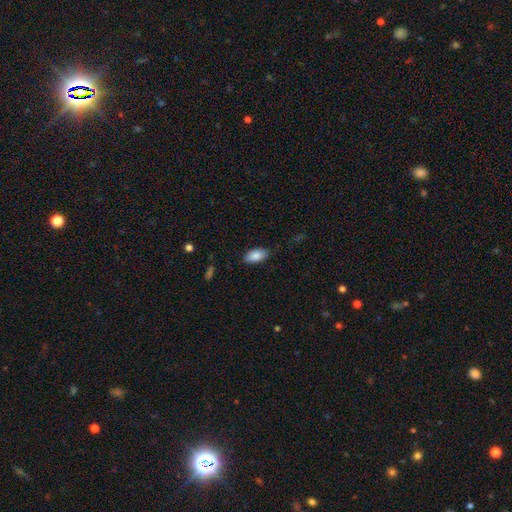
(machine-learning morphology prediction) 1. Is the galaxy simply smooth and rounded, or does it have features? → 86% smooth, 7% featured or disk, 7% star or artifact.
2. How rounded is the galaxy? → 93% in between, 5% cigar-shaped, 3% round.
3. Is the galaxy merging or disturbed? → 84% none, 13% minor disturbance, 3% major disturbance, 1% merger.